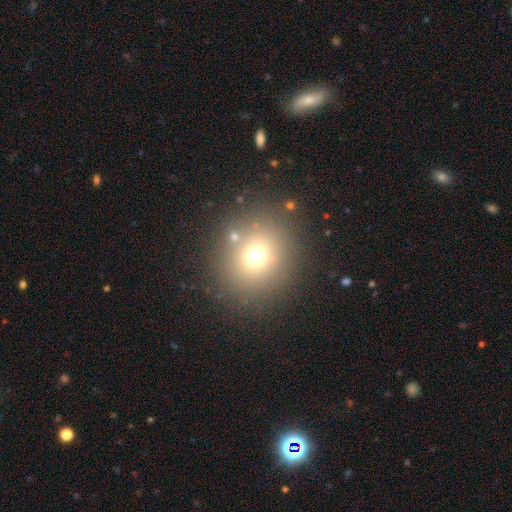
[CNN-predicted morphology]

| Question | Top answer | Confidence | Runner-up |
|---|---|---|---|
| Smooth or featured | smooth | 67% | star or artifact (21%) |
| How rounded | round | 85% | in between (15%) |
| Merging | none | 82% | minor disturbance (8%) |